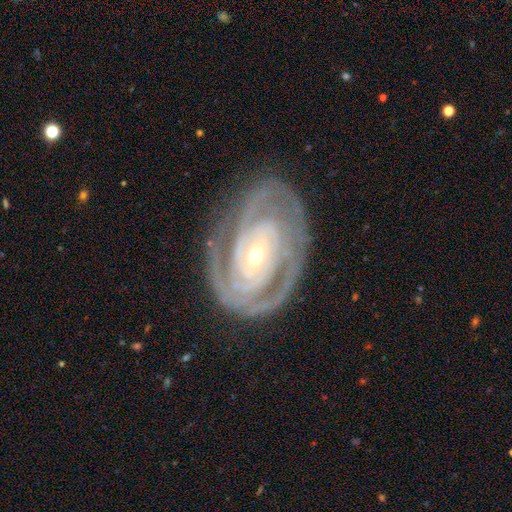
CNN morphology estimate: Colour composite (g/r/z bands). It shows a featured or disk galaxy (88%) with no bar (58%), 2 (45%) tight (76%) spiral arms (94%) and a small central bulge (68%). Merging: none (76%).